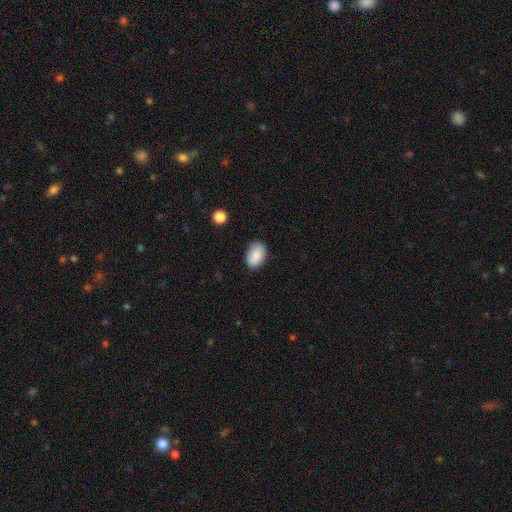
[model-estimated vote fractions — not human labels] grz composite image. It shows a smooth galaxy with no disk features (88%) that is in between round and cigar-shaped (86%). Merging: none (83%).